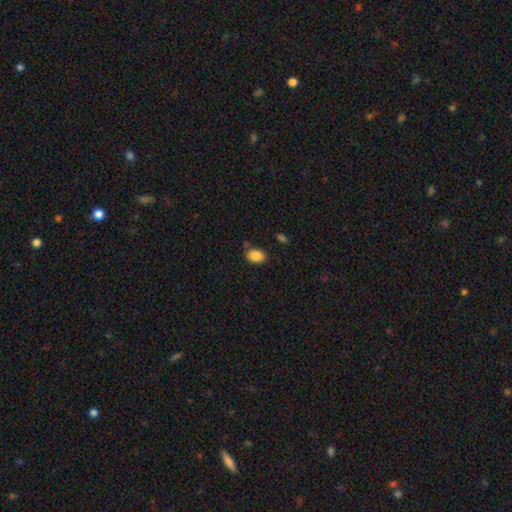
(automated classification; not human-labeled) smooth_or_featured: smooth (p=0.87) [alt: star or artifact p=0.08]
how_rounded: in between (p=0.80) [alt: round p=0.19]
merging: none (p=0.73) [alt: minor disturbance p=0.17]